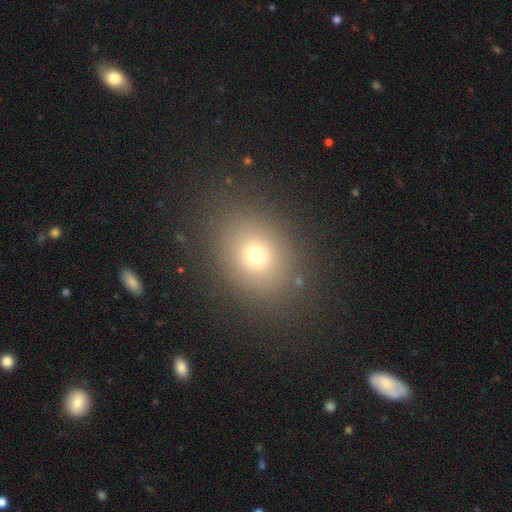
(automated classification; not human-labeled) Smooth or featured? smooth (71%)
How rounded? round (52%)
Merging? none (82%)